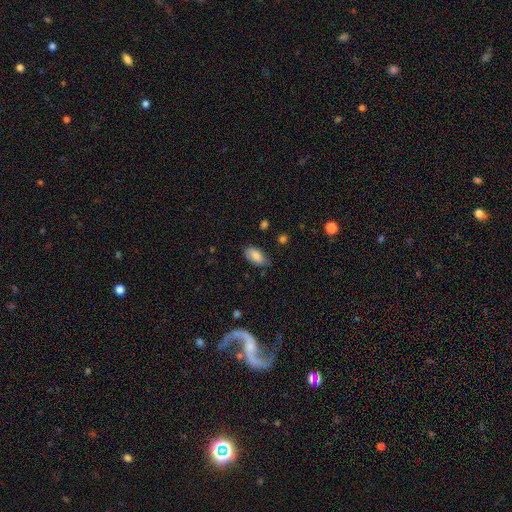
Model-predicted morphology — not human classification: Smooth or featured?
  - smooth: 84% *
  - featured or disk: 9%
  - star or artifact: 7%
How rounded?
  - in between: 93% *
  - round: 3%
  - cigar-shaped: 3%
Merging?
  - none: 72% *
  - minor disturbance: 22%
  - major disturbance: 4%
  - merger: 1%